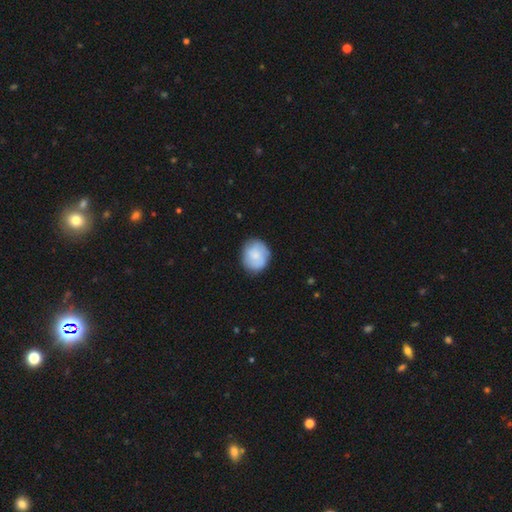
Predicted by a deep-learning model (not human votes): Morphology: type=smooth (76%); roundness=round (68%); merging=none (80%).